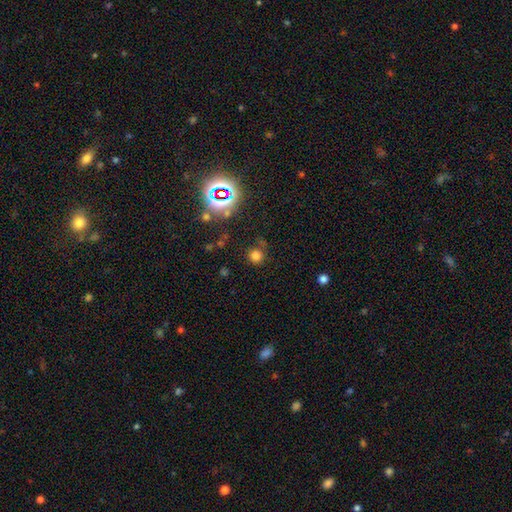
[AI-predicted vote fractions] This is likely a smooth galaxy (72%). How rounded: clearly round (92%). Merging: likely none (78%).